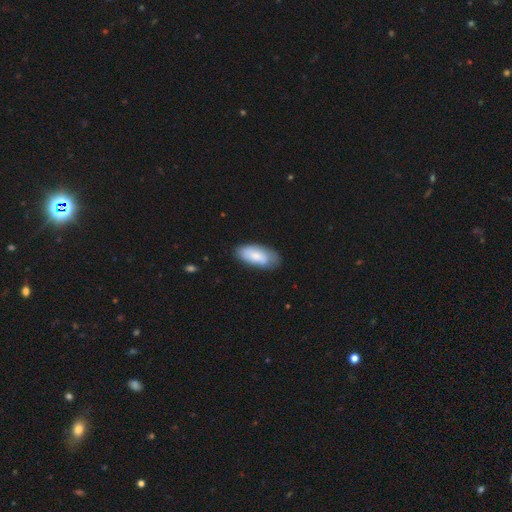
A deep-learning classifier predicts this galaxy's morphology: This appears to be a smooth galaxy with no disk features (78%) that is in between round and cigar-shaped (89%). Merging: none (72%).